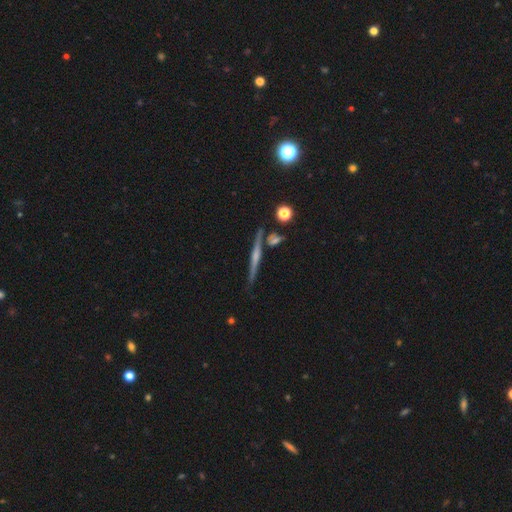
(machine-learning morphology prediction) type=featured or disk (71%); edge-on=yes (97%); edge-on bulge=rounded (59%); merging=none (84%).